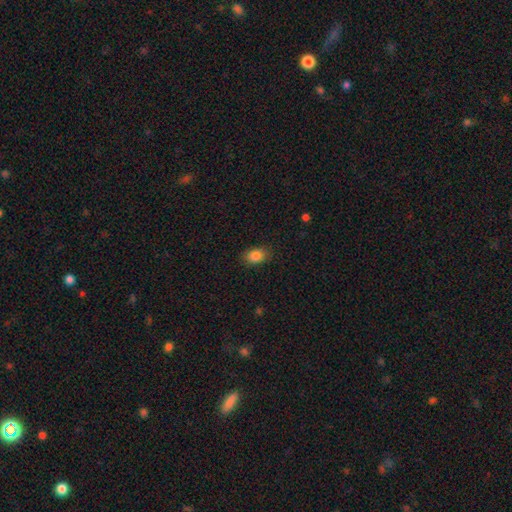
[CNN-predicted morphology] This appears to be a smooth galaxy with no disk features (86%) that is in between round and cigar-shaped (79%). Merging: none (85%).